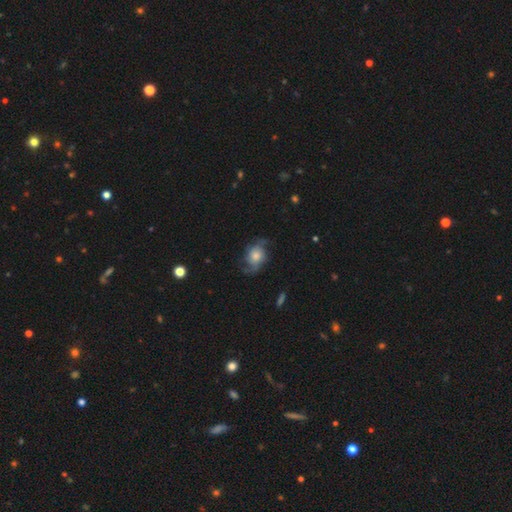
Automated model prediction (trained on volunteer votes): A featured or disk galaxy (68%) with no bar (75%), 2 (81%) loose (50%) spiral arms (91%) and a moderate central bulge (38%). Merging: none (62%).